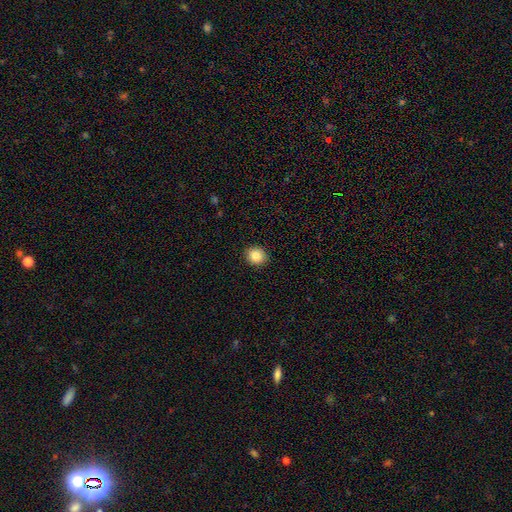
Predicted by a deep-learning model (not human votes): Q: Smooth or featured?
A: smooth (84%); runner-up: star or artifact (10%)
Q: How rounded?
A: round (82%); runner-up: in between (17%)
Q: Merging?
A: none (92%); runner-up: minor disturbance (6%)